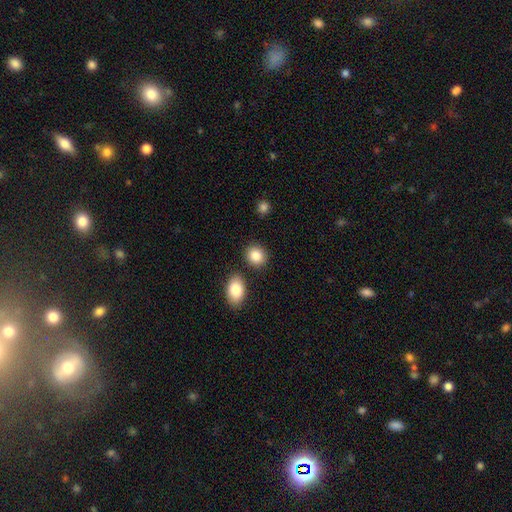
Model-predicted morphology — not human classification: Smooth or featured?
  - smooth: 86% *
  - star or artifact: 8%
  - featured or disk: 6%
How rounded?
  - round: 70% *
  - in between: 29%
  - cigar-shaped: 1%
Merging?
  - none: 81% *
  - minor disturbance: 9%
  - merger: 7%
  - major disturbance: 3%